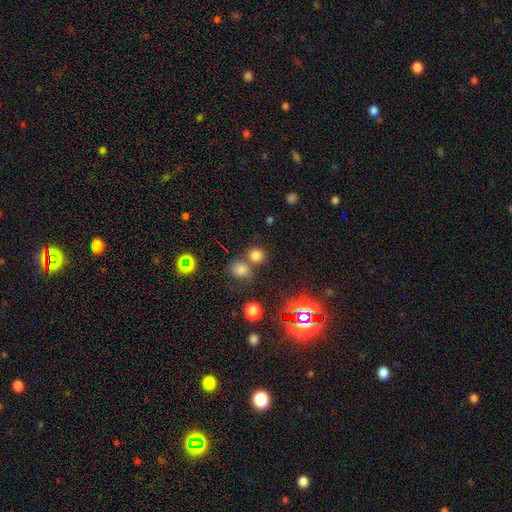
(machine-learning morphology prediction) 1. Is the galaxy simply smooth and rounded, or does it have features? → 72% smooth, 21% star or artifact, 7% featured or disk.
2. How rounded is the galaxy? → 84% round, 15% in between, 1% cigar-shaped.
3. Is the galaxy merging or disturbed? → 63% none, 26% merger, 8% minor disturbance, 3% major disturbance.